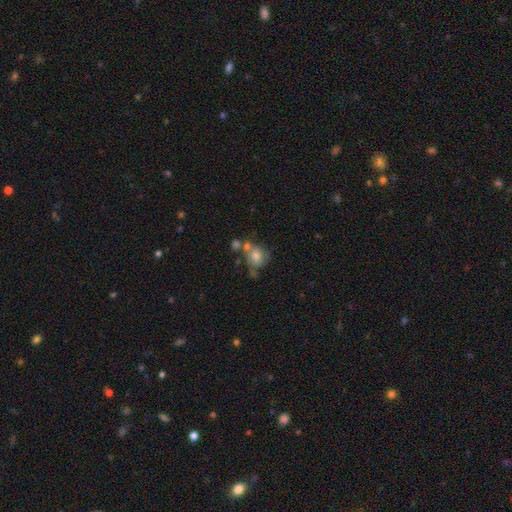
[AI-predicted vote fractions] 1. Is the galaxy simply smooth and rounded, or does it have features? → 61% smooth, 27% featured or disk, 12% star or artifact.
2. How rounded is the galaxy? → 65% round, 34% in between, 1% cigar-shaped.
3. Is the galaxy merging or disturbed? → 38% none, 27% merger, 20% minor disturbance, 14% major disturbance.